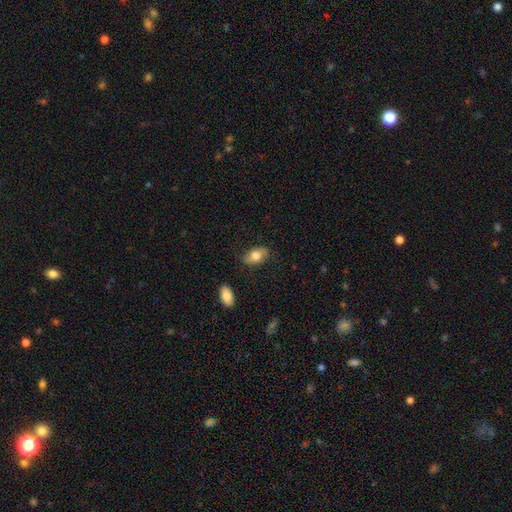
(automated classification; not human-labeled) Smooth or featured? smooth (75%)
How rounded? in between (88%)
Merging? none (80%)